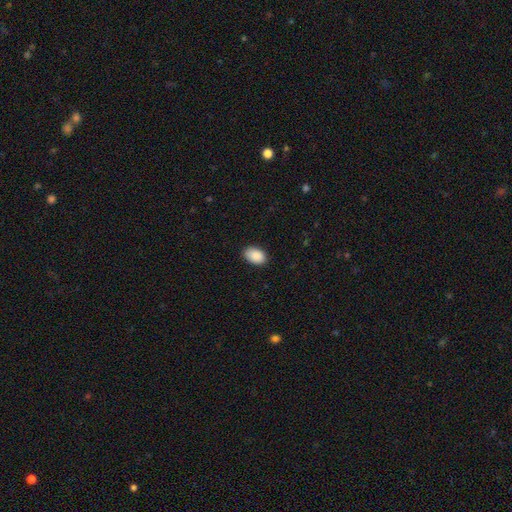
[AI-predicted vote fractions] smooth_or_featured: smooth (p=0.90) [alt: star or artifact p=0.07]
how_rounded: in between (p=0.90) [alt: round p=0.09]
merging: none (p=0.85) [alt: minor disturbance p=0.12]